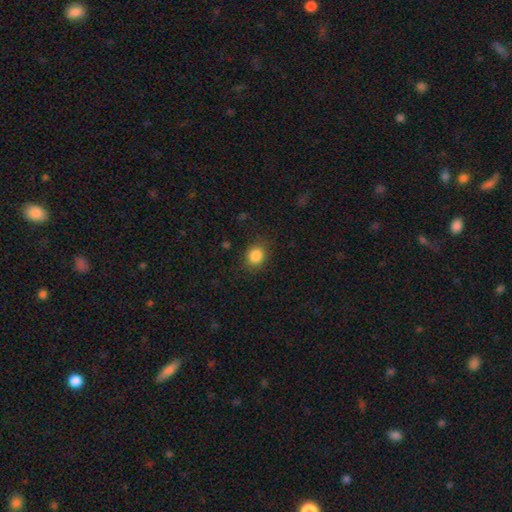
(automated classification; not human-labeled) Smooth or featured?
  - smooth: 86% *
  - star or artifact: 10%
  - featured or disk: 4%
How rounded?
  - round: 72% *
  - in between: 27%
  - cigar-shaped: 1%
Merging?
  - none: 84% *
  - minor disturbance: 11%
  - major disturbance: 3%
  - merger: 1%